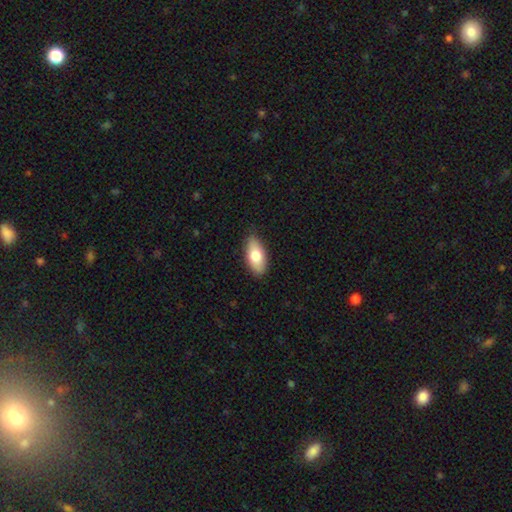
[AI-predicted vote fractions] Morphology: type=smooth (76%); roundness=in between (89%); merging=none (85%).